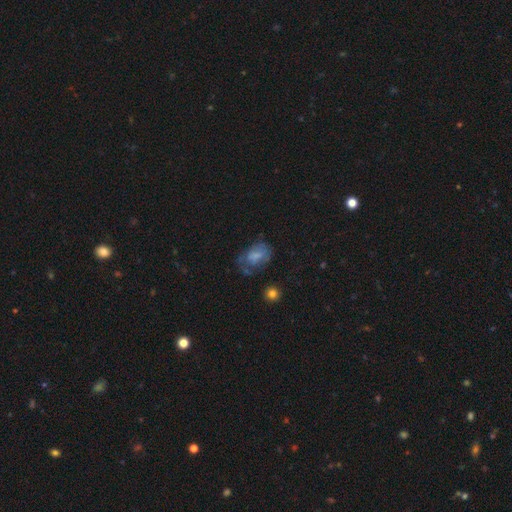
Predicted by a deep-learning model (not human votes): smooth 57%, featured or disk 32%, star or artifact 11%. Down the decision tree: how rounded — in between (81%); merging — none (39%).